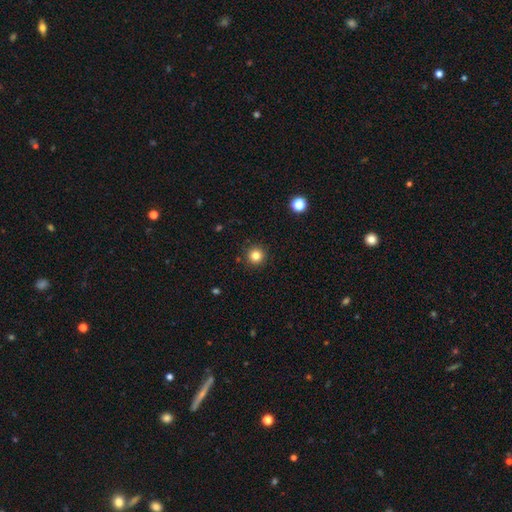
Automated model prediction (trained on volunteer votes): smooth_or_featured: smooth (p=0.82) [alt: star or artifact p=0.13]
how_rounded: round (p=0.95) [alt: in between p=0.04]
merging: none (p=0.91) [alt: minor disturbance p=0.05]